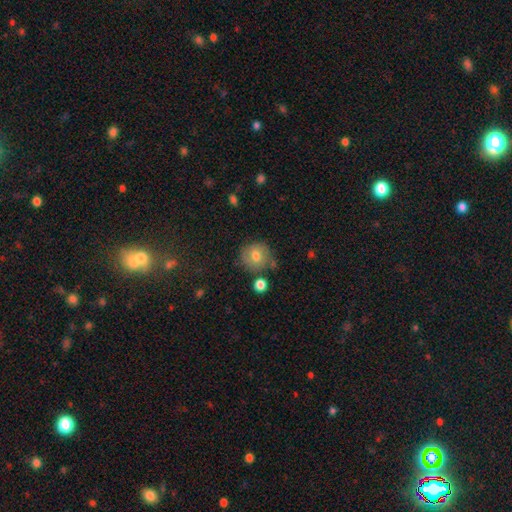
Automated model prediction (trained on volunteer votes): The model was most divided on "smooth or featured": smooth: 67%, featured or disk: 23%, star or artifact: 10%. More confident: how rounded — round (87%); merging — none (70%).